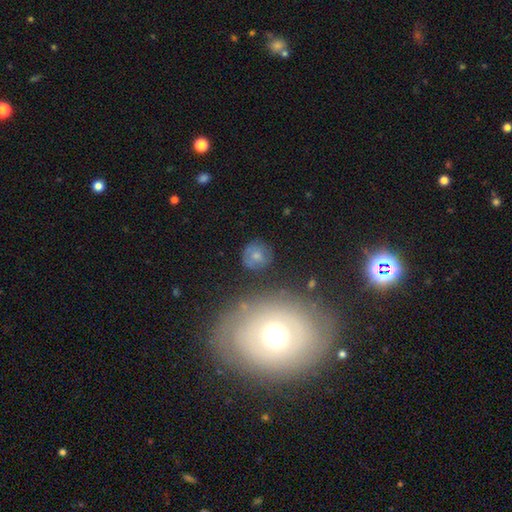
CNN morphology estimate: Smooth or featured? smooth (65%)
How rounded? round (89%)
Merging? none (72%)